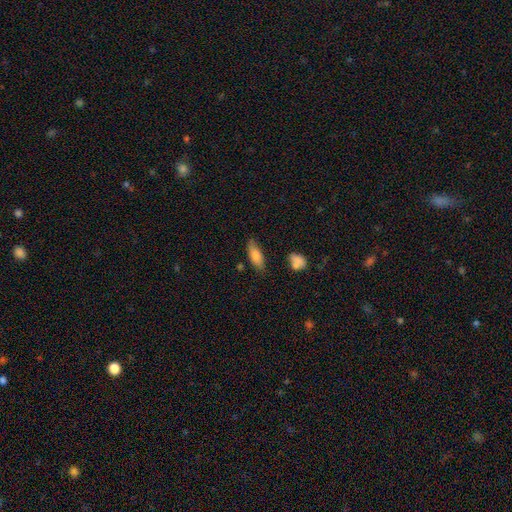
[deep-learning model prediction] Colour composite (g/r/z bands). It shows a smooth galaxy with no disk features (80%) that is in between round and cigar-shaped (70%). Merging: none (76%).